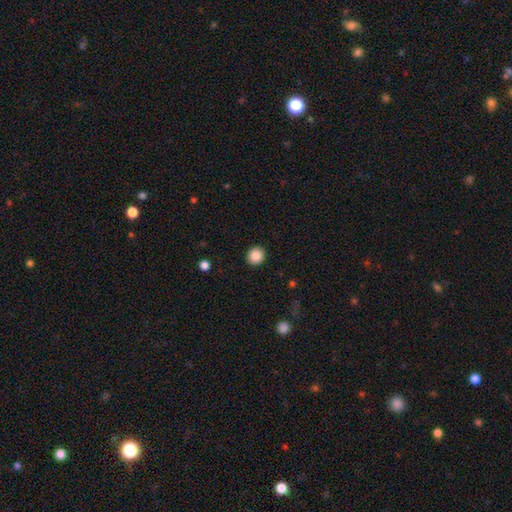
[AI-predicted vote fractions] Morphology: type=smooth (87%); roundness=round (90%); merging=none (93%).